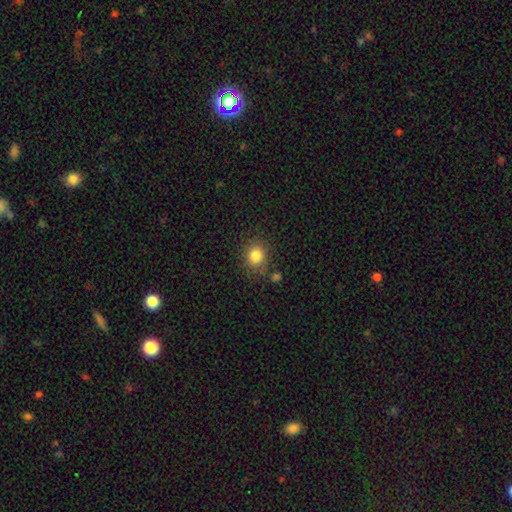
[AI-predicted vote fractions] A smooth galaxy with no disk features (84%) that is round (73%).

Vote fractions:
- Smooth or featured? smooth: 84% / star or artifact: 10% / featured or disk: 6%
- How rounded? round: 73% / in between: 26% / cigar-shaped: 1%
- Merging? none: 78% / minor disturbance: 13% / merger: 5% / major disturbance: 4%